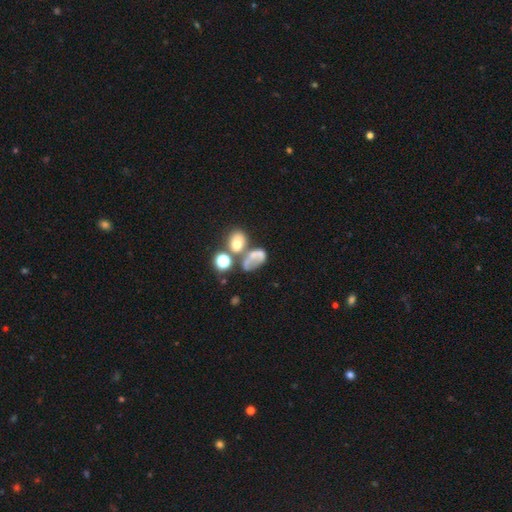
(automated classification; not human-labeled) Smooth or featured? smooth (51%)
How rounded? in between (70%)
Merging? merger (43%)